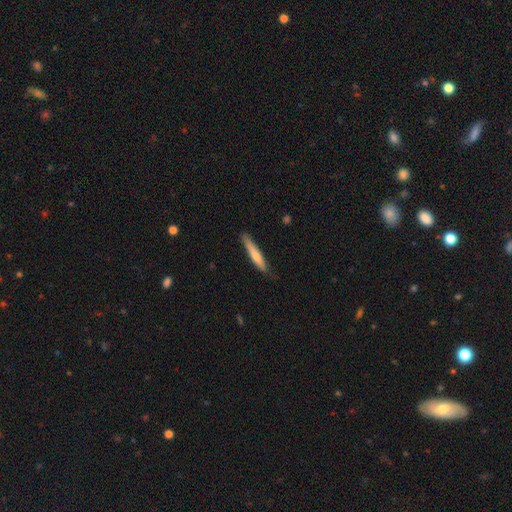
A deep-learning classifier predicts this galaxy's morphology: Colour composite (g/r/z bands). It shows a smooth galaxy with no disk features (63%) that is cigar-shaped (91%). Merging: none (80%).